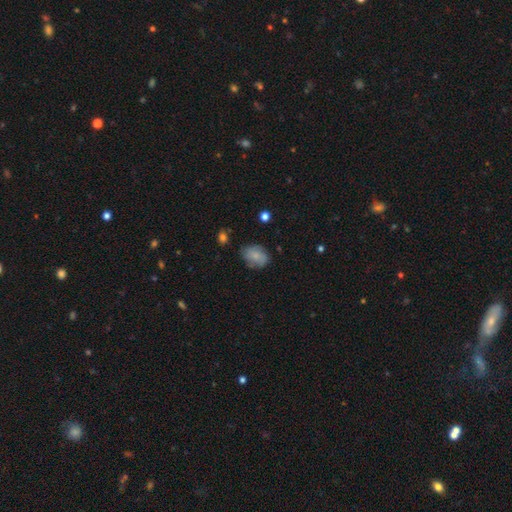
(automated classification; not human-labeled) Smooth or featured? Predicted: smooth (p=0.75). How rounded? Predicted: in between (p=0.66). Merging? Predicted: none (p=0.70).